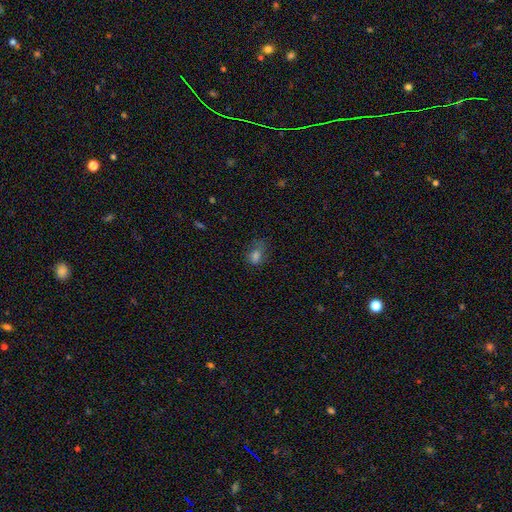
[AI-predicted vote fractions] This is likely a smooth galaxy (69%). How rounded: likely in between (67%). Merging: possibly none (49%).